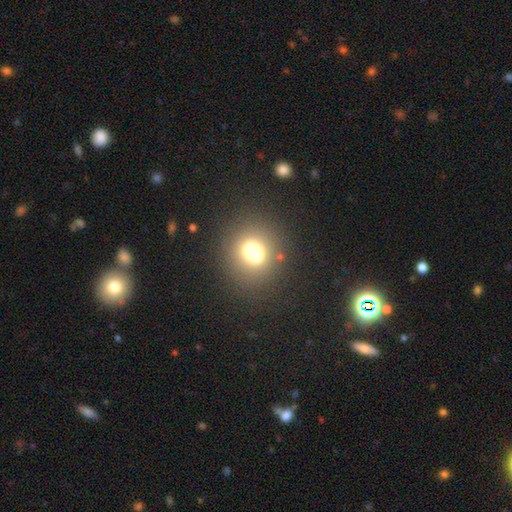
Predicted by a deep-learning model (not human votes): A smooth galaxy with no disk features (65%) that is round (80%).

Vote fractions:
- Smooth or featured? smooth: 65% / star or artifact: 18% / featured or disk: 17%
- How rounded? round: 80% / in between: 19% / cigar-shaped: 1%
- Merging? none: 61% / merger: 21% / minor disturbance: 11% / major disturbance: 6%